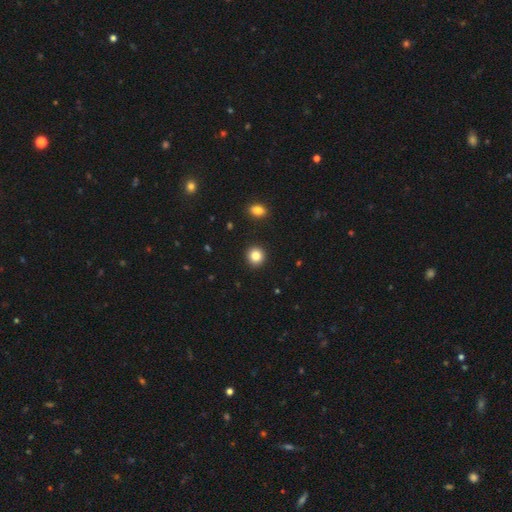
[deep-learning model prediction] Morphology: type=smooth (84%); roundness=round (91%); merging=none (92%).